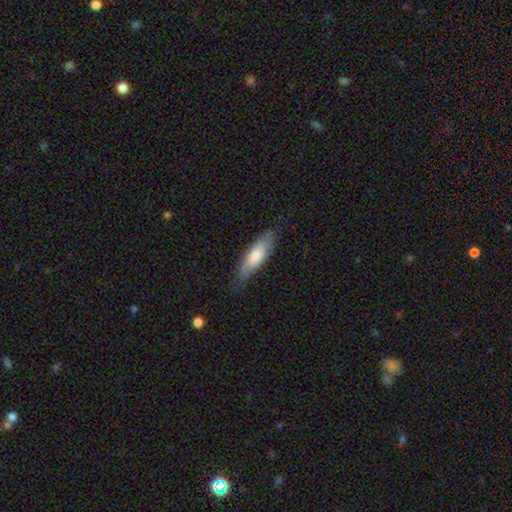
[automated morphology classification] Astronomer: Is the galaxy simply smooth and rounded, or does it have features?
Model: smooth — 71%.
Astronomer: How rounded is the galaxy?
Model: in between — 53% (runner-up: cigar-shaped, 45%).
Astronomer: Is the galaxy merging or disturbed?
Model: none — 75%.